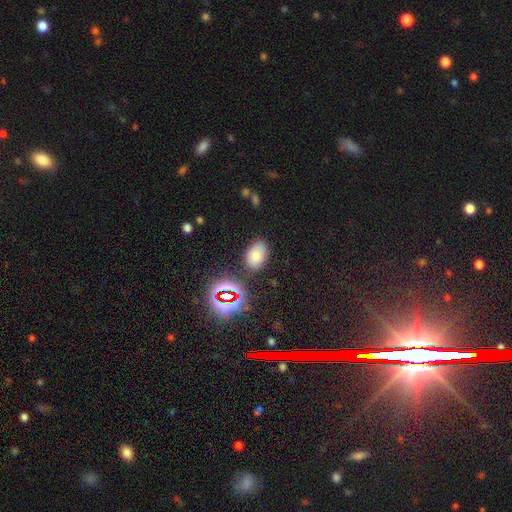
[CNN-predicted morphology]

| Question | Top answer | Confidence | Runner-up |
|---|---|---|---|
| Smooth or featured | smooth | 74% | star or artifact (18%) |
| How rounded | in between | 84% | round (15%) |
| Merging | none | 79% | minor disturbance (13%) |